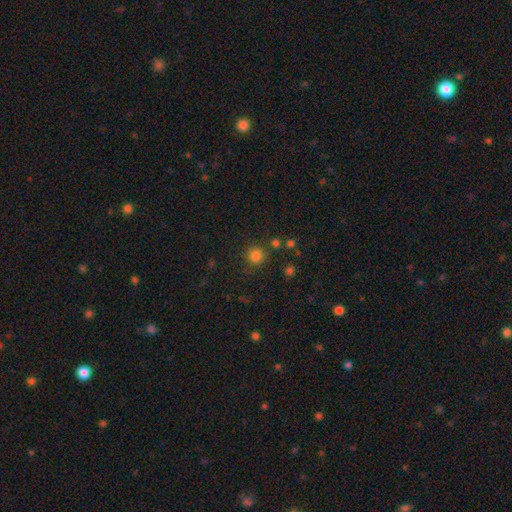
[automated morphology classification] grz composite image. It shows a smooth galaxy with no disk features (81%) that is round (89%). Merging: none (81%).